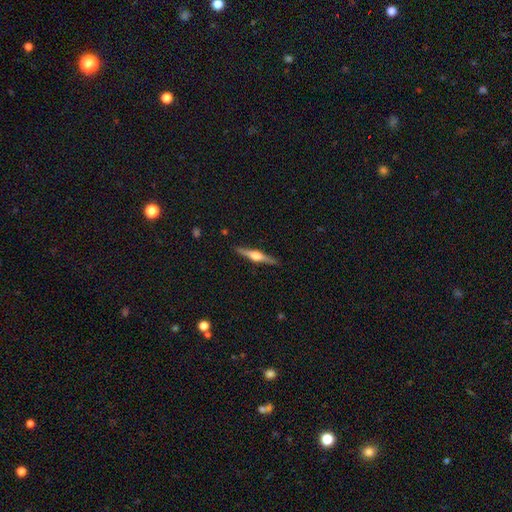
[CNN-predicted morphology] Q: Smooth or featured?
A: featured or disk (77%); runner-up: smooth (18%)
Q: Edge-on disk?
A: yes (98%); runner-up: no (2%)
Q: Edge-on bulge?
A: rounded (92%); runner-up: boxy (6%)
Q: Merging?
A: none (91%); runner-up: minor disturbance (6%)